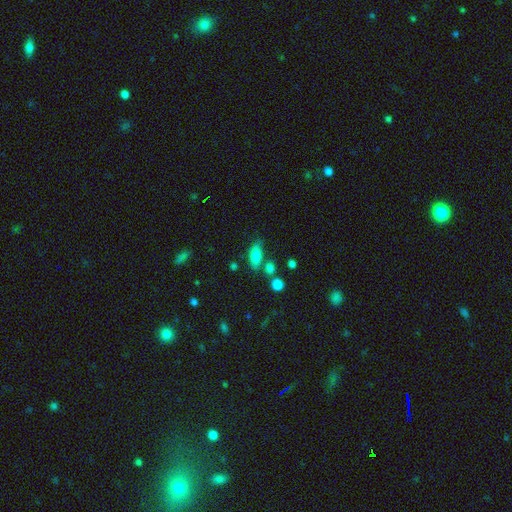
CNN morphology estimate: smooth-or-featured: smooth: 78% | featured or disk: 12% | star or artifact: 9%
  how-rounded: in between: 77% | cigar-shaped: 18% | round: 5%
  merging: none: 66% | minor disturbance: 18% | merger: 10% | major disturbance: 6%